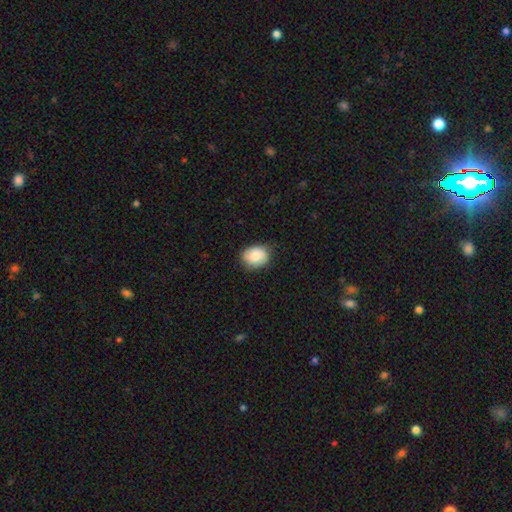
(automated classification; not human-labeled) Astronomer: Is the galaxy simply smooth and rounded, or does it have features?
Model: smooth — 80%.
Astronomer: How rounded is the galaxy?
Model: in between — 52% (runner-up: round, 47%).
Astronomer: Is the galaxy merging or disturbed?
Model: none — 79%.